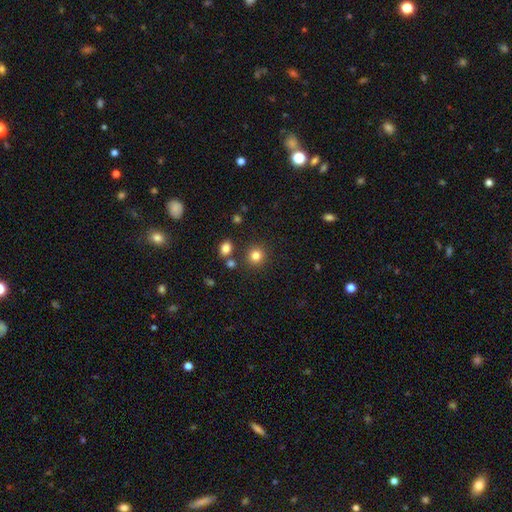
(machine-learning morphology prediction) This is clearly a smooth galaxy (82%). How rounded: clearly round (90%). Merging: clearly none (86%).